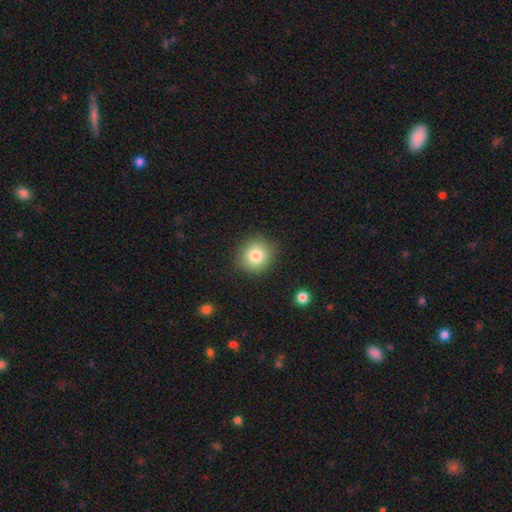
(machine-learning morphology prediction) Smooth or featured? smooth (82%)
How rounded? round (87%)
Merging? none (87%)